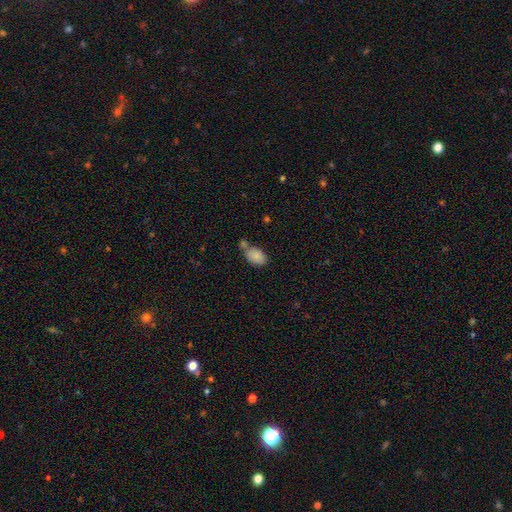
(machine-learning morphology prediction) A smooth galaxy with no disk features (85%) that is in between round and cigar-shaped (89%).

Vote fractions:
- Smooth or featured? smooth: 85% / star or artifact: 8% / featured or disk: 7%
- How rounded? in between: 89% / round: 10% / cigar-shaped: 1%
- Merging? none: 47% / merger: 30% / minor disturbance: 17% / major disturbance: 5%